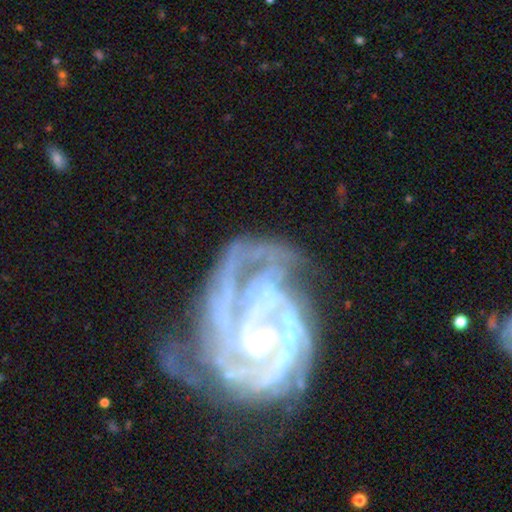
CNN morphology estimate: Smooth or featured? featured or disk (88%)
Edge-on disk? no (98%)
Bar? no (63%)
Spiral arms? yes (94%)
Spiral winding? tight (62%)
Spiral arm count? 3 (26%)
Bulge size? small (77%)
Merging? none (37%)